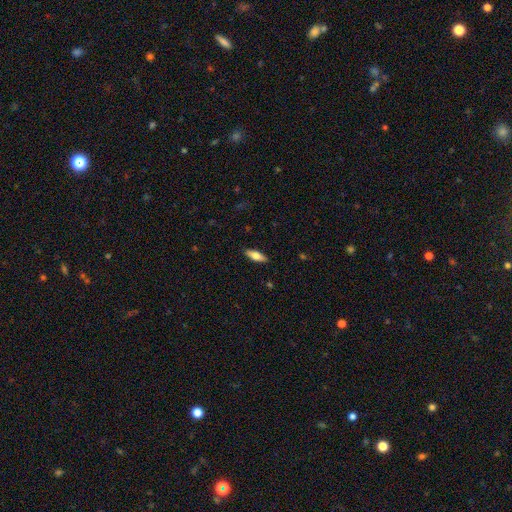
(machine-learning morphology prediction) Q: Smooth or featured?
A: smooth (68%); runner-up: featured or disk (25%)
Q: How rounded?
A: in between (60%); runner-up: cigar-shaped (38%)
Q: Merging?
A: none (89%); runner-up: minor disturbance (8%)